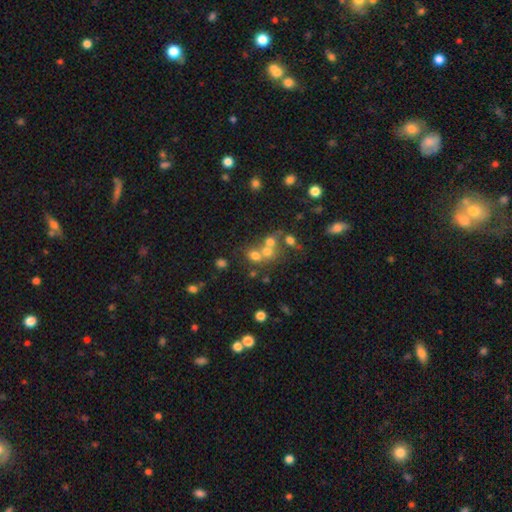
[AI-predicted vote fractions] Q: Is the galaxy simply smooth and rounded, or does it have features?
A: smooth — 61%.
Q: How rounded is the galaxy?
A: round — 66%.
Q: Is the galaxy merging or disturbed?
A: merger — 49%.